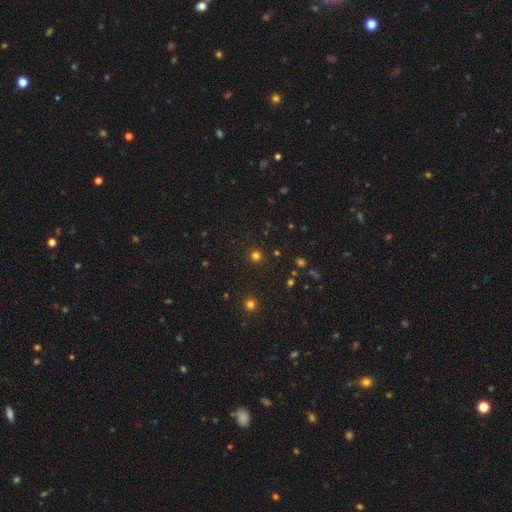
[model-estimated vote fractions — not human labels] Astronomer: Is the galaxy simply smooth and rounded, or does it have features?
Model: smooth — 75%.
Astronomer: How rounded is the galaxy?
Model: round — 94%.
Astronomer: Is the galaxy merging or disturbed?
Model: none — 91%.